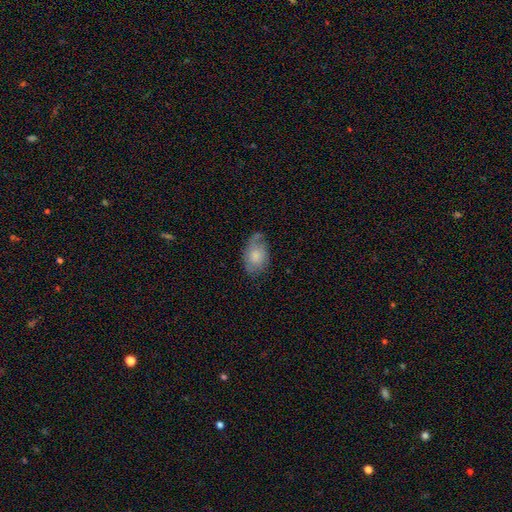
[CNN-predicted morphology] A smooth galaxy with no disk features (66%) that is in between round and cigar-shaped (83%).

Vote fractions:
- Smooth or featured? smooth: 66% / featured or disk: 27% / star or artifact: 7%
- How rounded? in between: 83% / round: 15% / cigar-shaped: 1%
- Merging? none: 49% / minor disturbance: 34% / major disturbance: 14% / merger: 3%